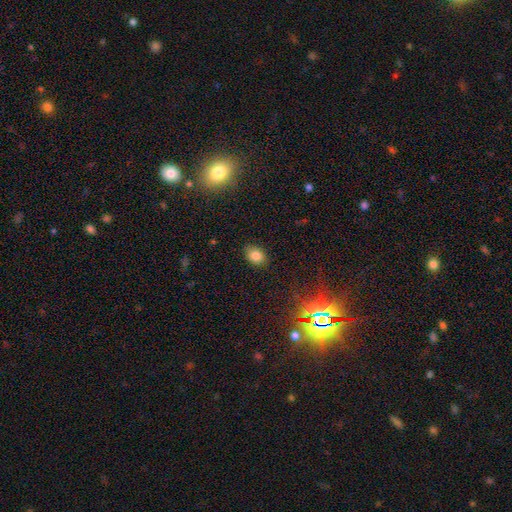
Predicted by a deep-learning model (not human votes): Overall: smooth (81%). How rounded: in between (68%; round 31%). Merging: none (84%).